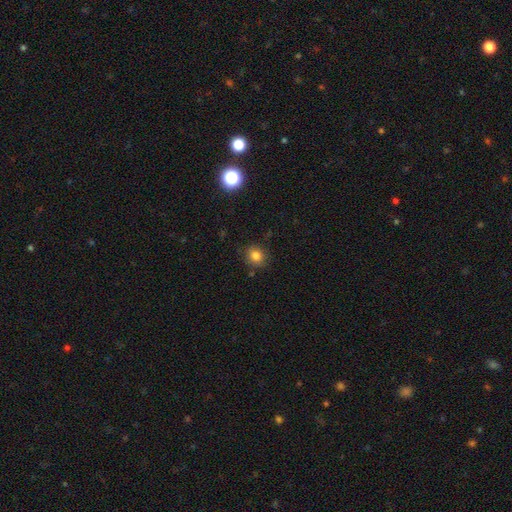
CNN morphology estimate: smooth 81%, star or artifact 12%, featured or disk 7%. Down the decision tree: how rounded — round (79%); merging — none (84%).